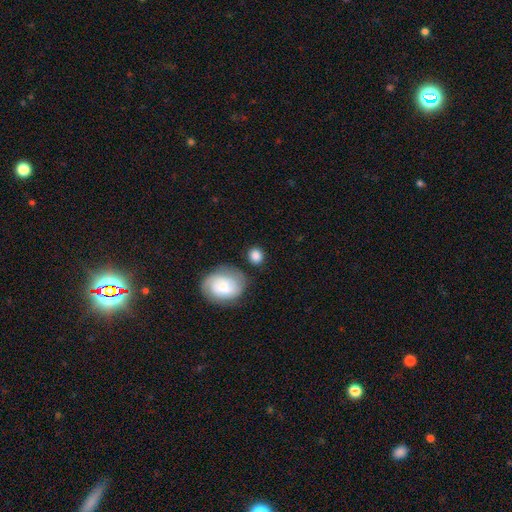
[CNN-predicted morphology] type=smooth (81%); roundness=round (75%); merging=none (71%).